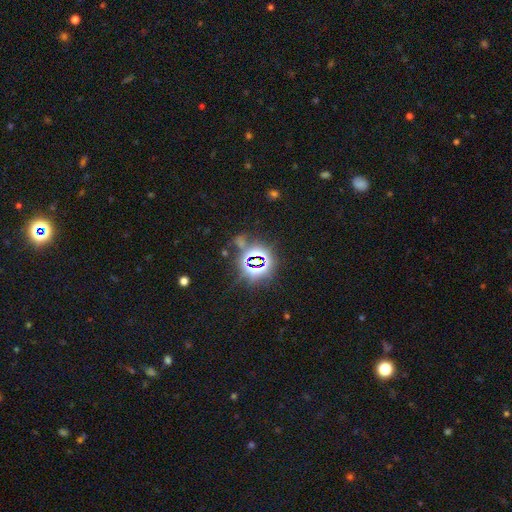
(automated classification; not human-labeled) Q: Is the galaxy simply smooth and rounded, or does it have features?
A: star or artifact — 81%.